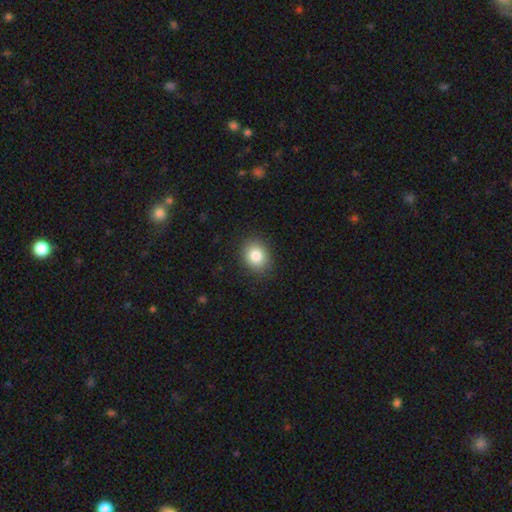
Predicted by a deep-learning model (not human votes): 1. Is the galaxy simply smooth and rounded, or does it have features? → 84% smooth, 9% star or artifact, 7% featured or disk.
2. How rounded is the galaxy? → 53% round, 46% in between, 1% cigar-shaped.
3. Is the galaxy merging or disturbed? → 87% none, 9% minor disturbance, 3% major disturbance, 1% merger.